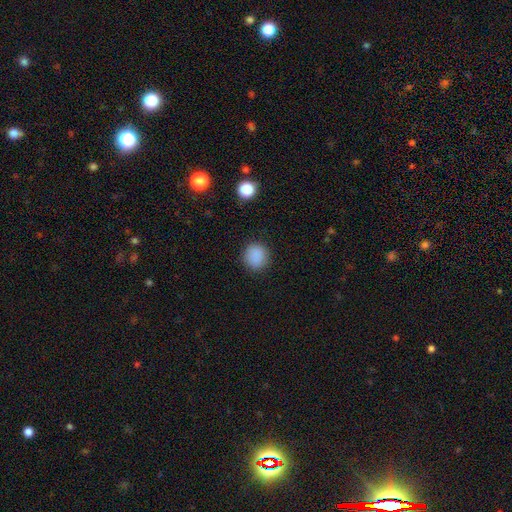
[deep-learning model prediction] Smooth or featured? Predicted: smooth (p=0.86). How rounded? Predicted: round (p=0.85). Merging? Predicted: none (p=0.87).